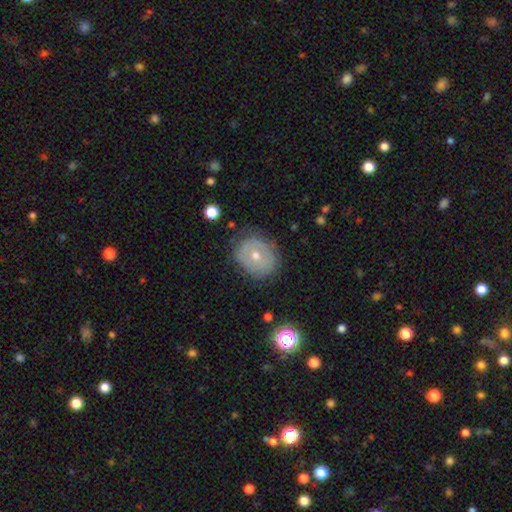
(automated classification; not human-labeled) featured or disk 51%, smooth 40%, star or artifact 9%. Down the decision tree: edge-on disk — no (95%); merging — none (77%).